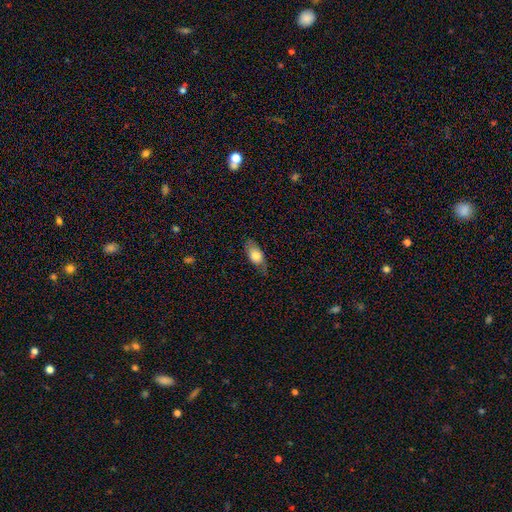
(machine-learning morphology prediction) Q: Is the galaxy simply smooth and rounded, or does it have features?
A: smooth — 71%.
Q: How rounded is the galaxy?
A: in between — 84%.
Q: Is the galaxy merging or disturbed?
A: none — 66%.